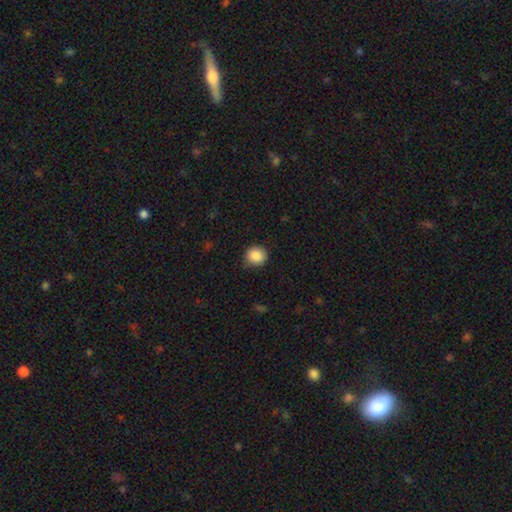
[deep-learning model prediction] This appears to be a smooth galaxy with no disk features (87%) that is round (84%). Merging: none (81%).